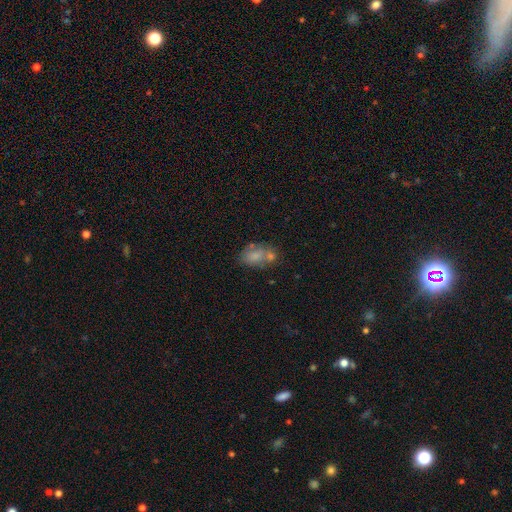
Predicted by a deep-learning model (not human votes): smooth 70%, featured or disk 20%, star or artifact 10%. Down the decision tree: how rounded — in between (85%); merging — none (41%).